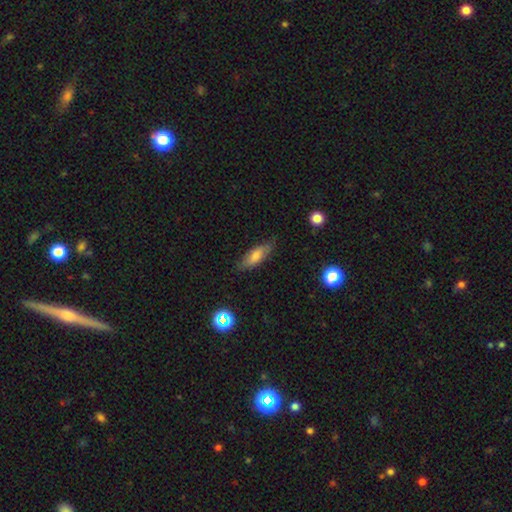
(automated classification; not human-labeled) This appears to be a smooth galaxy with no disk features (65%) that is in between round and cigar-shaped (55%). Merging: none (80%).